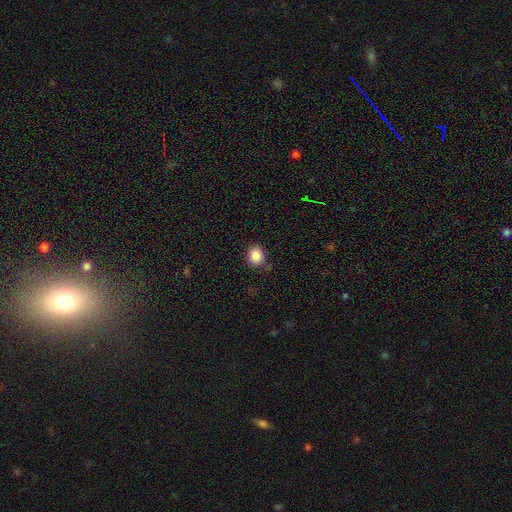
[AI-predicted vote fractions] Smooth or featured? Predicted: smooth (p=0.87). How rounded? Predicted: round (p=0.77). Merging? Predicted: none (p=0.83).